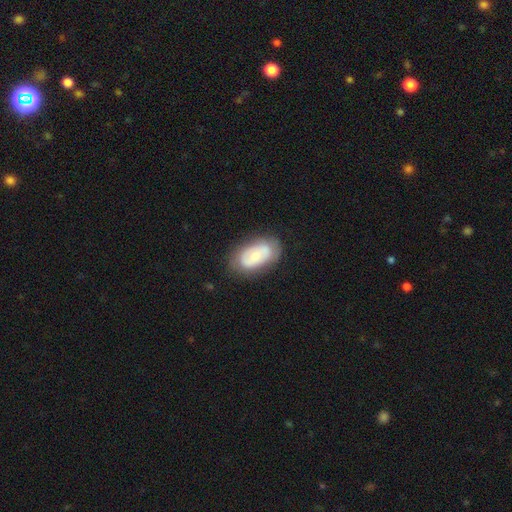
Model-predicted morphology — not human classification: smooth-or-featured: smooth: 49% | featured or disk: 45% | star or artifact: 6%
  merging: none: 70% | minor disturbance: 20% | major disturbance: 7% | merger: 3%